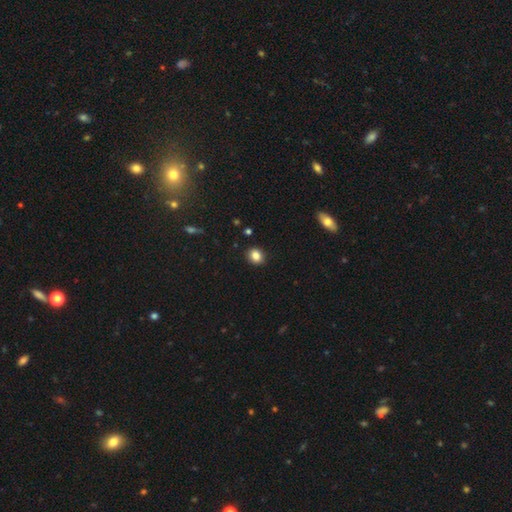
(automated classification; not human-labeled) Smooth or featured: smooth — 83% (star or artifact — 11%)
How rounded: round — 69% (in between — 30%)
Merging: none — 90% (minor disturbance — 7%)